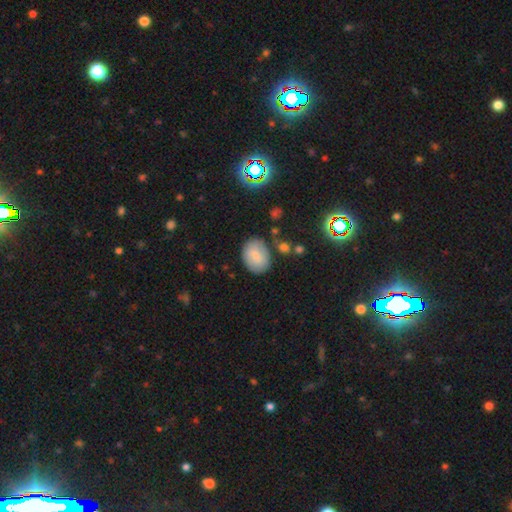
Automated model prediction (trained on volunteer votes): This is likely a smooth galaxy (75%). How rounded: likely in between (65%). Merging: likely none (75%).